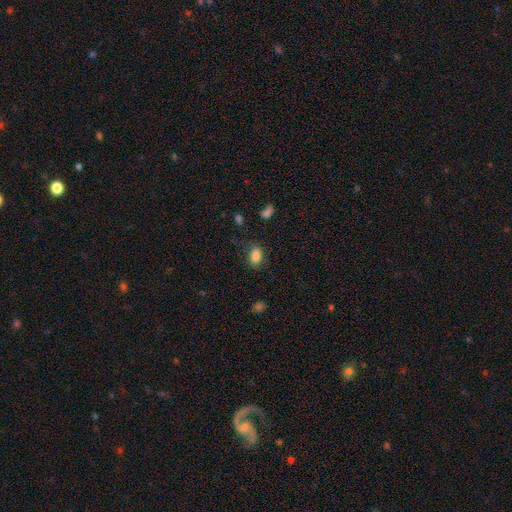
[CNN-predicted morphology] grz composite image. It shows a smooth galaxy with no disk features (84%) that is in between round and cigar-shaped (85%). Merging: none (73%).